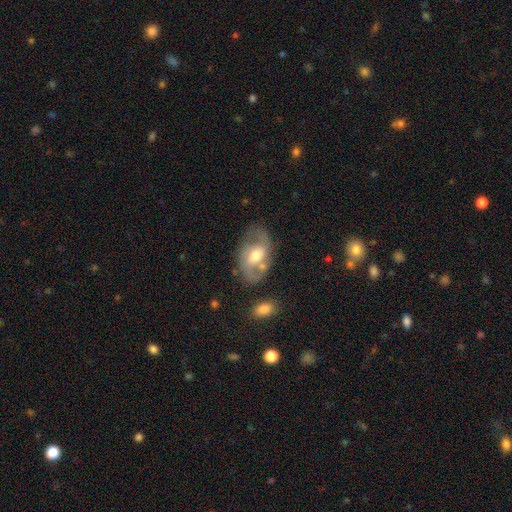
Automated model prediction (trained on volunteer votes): Overall: featured or disk (68%). Edge-on disk: no (95%). Bar: weak (44%; no 38%). Spiral arms: yes (76%). Bulge size: moderate (69%). Merging: none (60%; minor disturbance 21%).